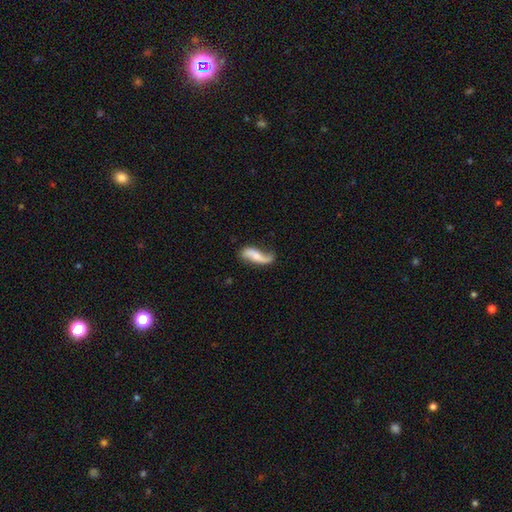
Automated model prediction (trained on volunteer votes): A featured or disk galaxy (60%) with no bar (52%), spiral arms (89%) and a small central bulge (39%).

Vote fractions:
- Smooth or featured? featured or disk: 60% / smooth: 33% / star or artifact: 6%
- Edge-on disk? no: 89% / yes: 11%
- Bar? no: 52% / weak: 31% / strong: 17%
- Spiral arms? yes: 89% / no: 11%
- Bulge size? small: 39% / moderate: 32% / none: 21% / large: 6% / dominant: 2%
- Merging? none: 54% / minor disturbance: 27% / major disturbance: 14% / merger: 4%